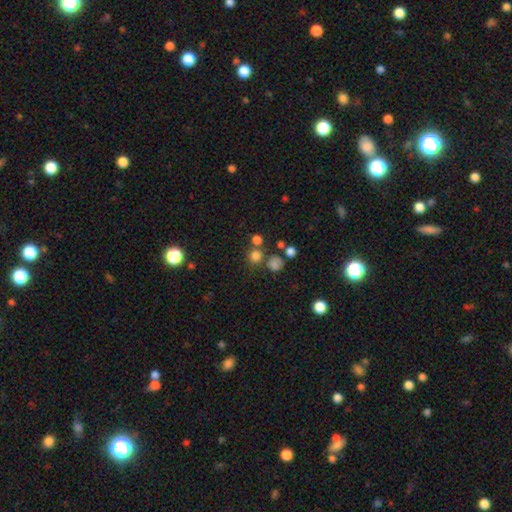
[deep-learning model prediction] Q: Smooth or featured?
A: smooth (74%); runner-up: star or artifact (19%)
Q: How rounded?
A: round (90%); runner-up: in between (9%)
Q: Merging?
A: none (69%); runner-up: merger (19%)